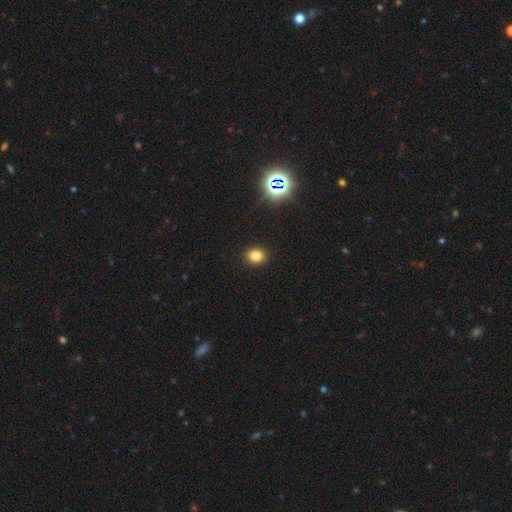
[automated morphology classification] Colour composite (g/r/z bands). It shows a smooth galaxy with no disk features (79%) that is round (66%). Merging: none (91%).